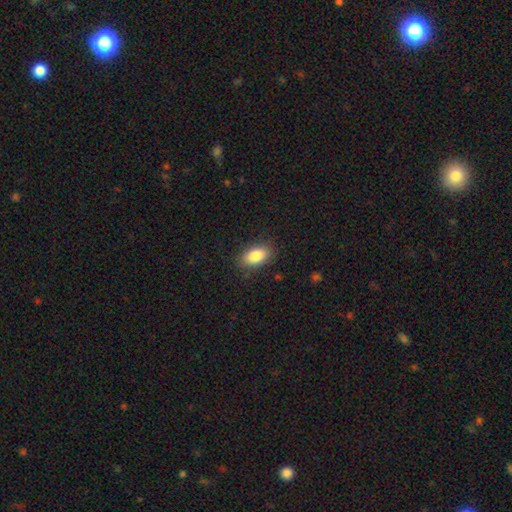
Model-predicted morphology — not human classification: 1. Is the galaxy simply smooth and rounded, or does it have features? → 85% smooth, 8% featured or disk, 8% star or artifact.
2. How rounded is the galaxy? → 91% in between, 6% round, 3% cigar-shaped.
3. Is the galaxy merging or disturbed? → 85% none, 11% minor disturbance, 3% major disturbance, 1% merger.